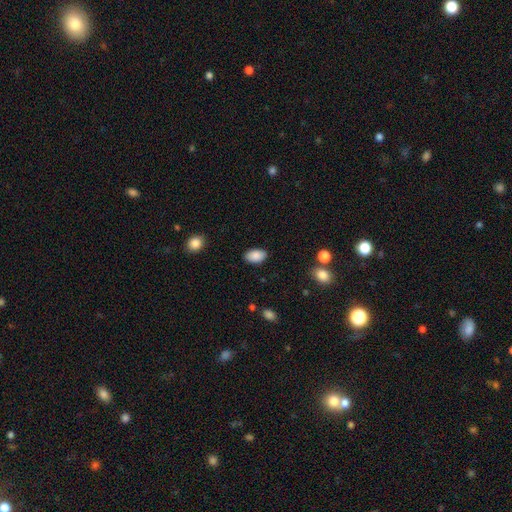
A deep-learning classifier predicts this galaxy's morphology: Smooth or featured? smooth (88%)
How rounded? in between (91%)
Merging? none (86%)